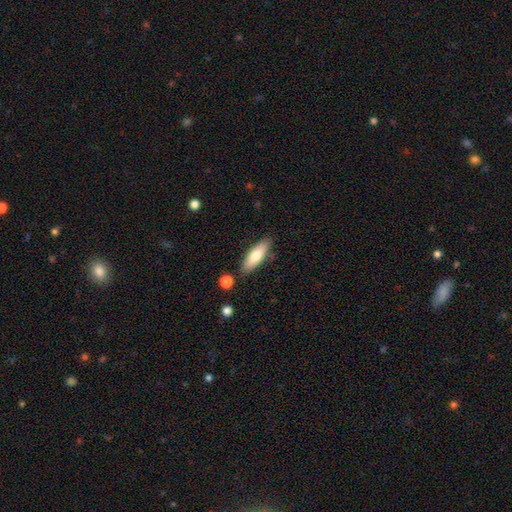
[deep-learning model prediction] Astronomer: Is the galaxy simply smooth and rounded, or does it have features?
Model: smooth — 74%.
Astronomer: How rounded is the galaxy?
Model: in between — 53% (runner-up: cigar-shaped, 45%).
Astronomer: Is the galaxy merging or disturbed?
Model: none — 82%.